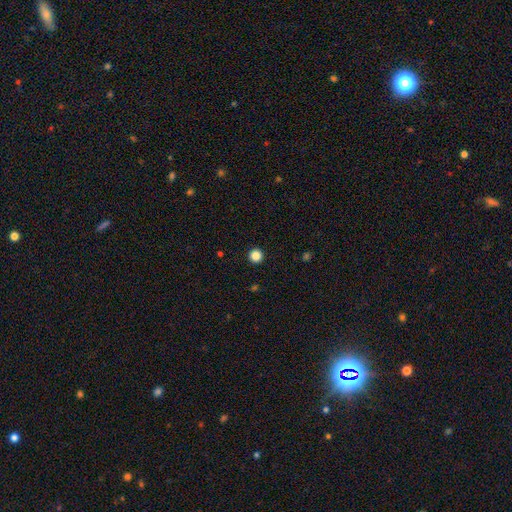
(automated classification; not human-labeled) A smooth galaxy with no disk features (86%) that is round (96%). Merging: none (94%).